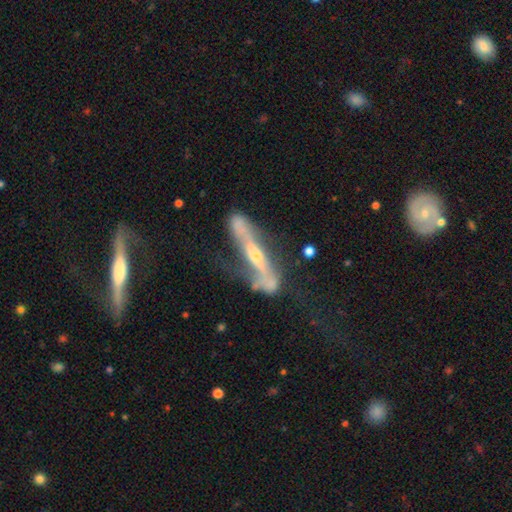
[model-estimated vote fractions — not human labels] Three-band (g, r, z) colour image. It shows a featured or disk galaxy (81%) viewed edge-on (62%) with a rounded central bulge (77%). Merging: none (39%).